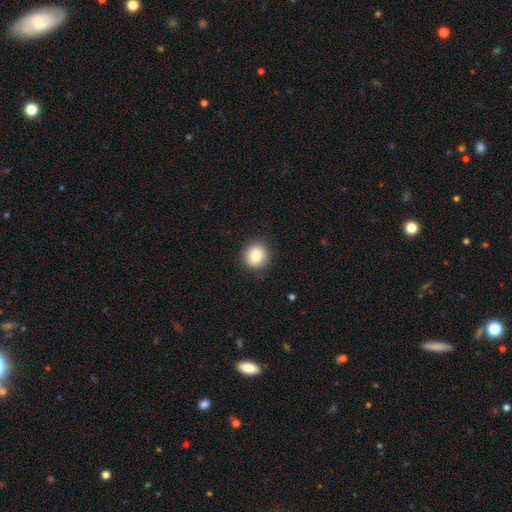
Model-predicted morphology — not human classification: Smooth or featured?
  - smooth: 85% *
  - star or artifact: 9%
  - featured or disk: 7%
How rounded?
  - round: 87% *
  - in between: 12%
  - cigar-shaped: 1%
Merging?
  - none: 90% *
  - minor disturbance: 7%
  - major disturbance: 2%
  - merger: 1%